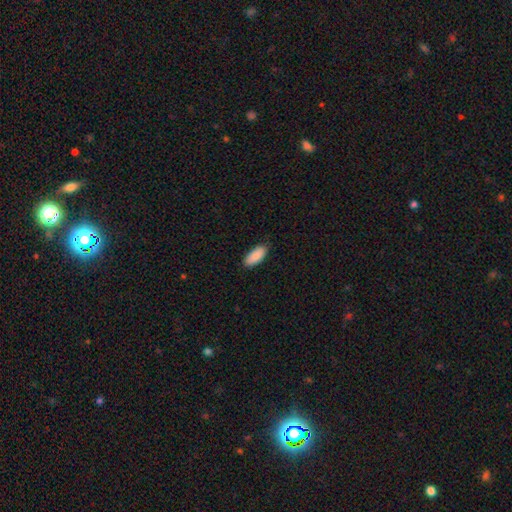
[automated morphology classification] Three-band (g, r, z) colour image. It shows a smooth galaxy with no disk features (90%) that is in between round and cigar-shaped (85%). Merging: none (86%).